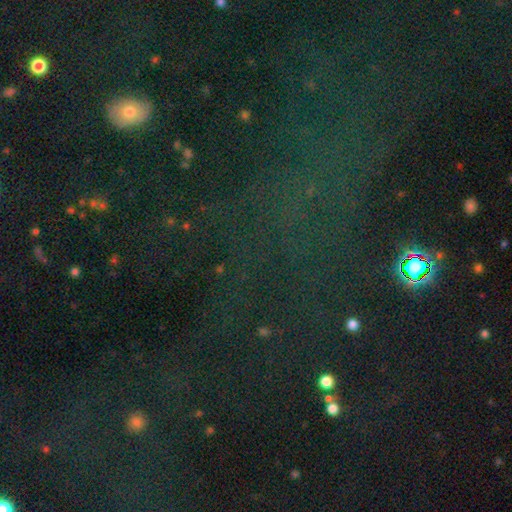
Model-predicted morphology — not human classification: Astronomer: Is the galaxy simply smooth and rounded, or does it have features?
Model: star or artifact — 71%.